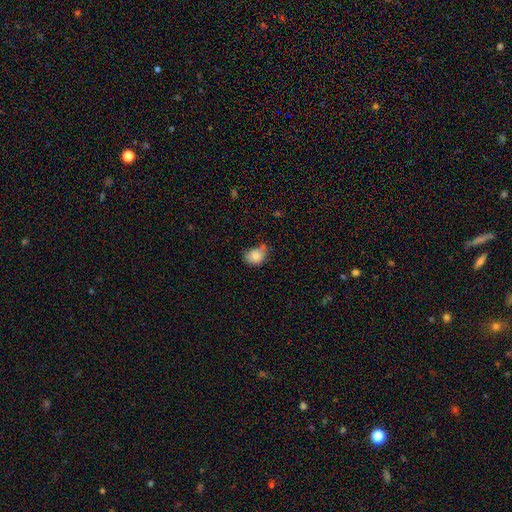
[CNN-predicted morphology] This is clearly a smooth galaxy (84%). How rounded: possibly in between (53%). Merging: possibly none (51%).